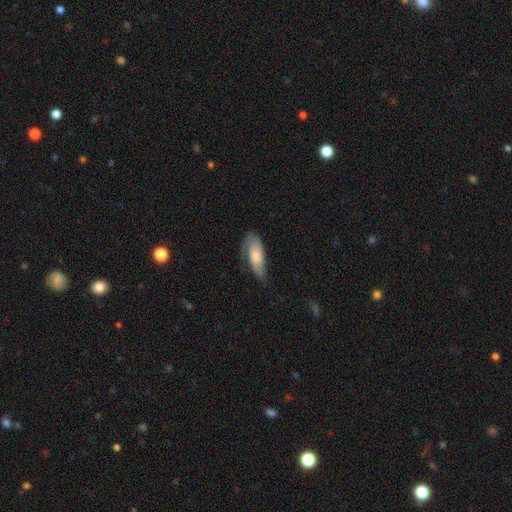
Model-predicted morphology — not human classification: Smooth or featured? smooth (51%)
How rounded? in between (74%)
Merging? none (51%)